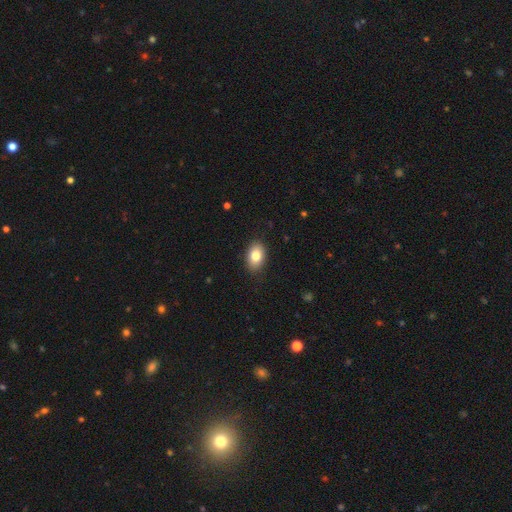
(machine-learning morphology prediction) type=smooth (83%); roundness=in between (86%); merging=none (87%).